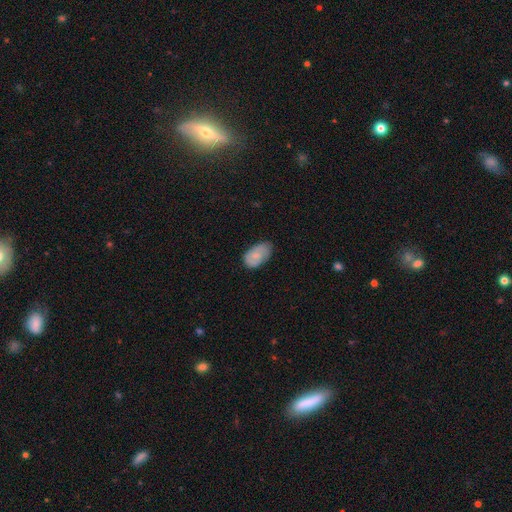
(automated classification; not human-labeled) Q: Smooth or featured?
A: smooth (69%); runner-up: featured or disk (24%)
Q: How rounded?
A: in between (92%); runner-up: round (7%)
Q: Merging?
A: none (63%); runner-up: minor disturbance (30%)